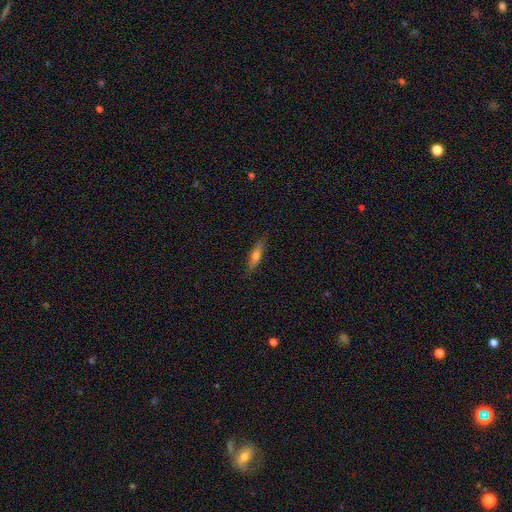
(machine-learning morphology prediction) type=smooth (58%); roundness=cigar-shaped (71%); merging=none (84%).